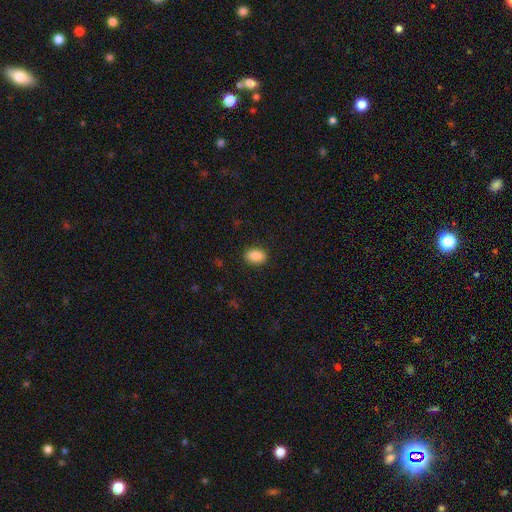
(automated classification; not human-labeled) Smooth or featured: smooth — 89% (star or artifact — 8%)
How rounded: in between — 86% (round — 12%)
Merging: none — 89% (minor disturbance — 8%)